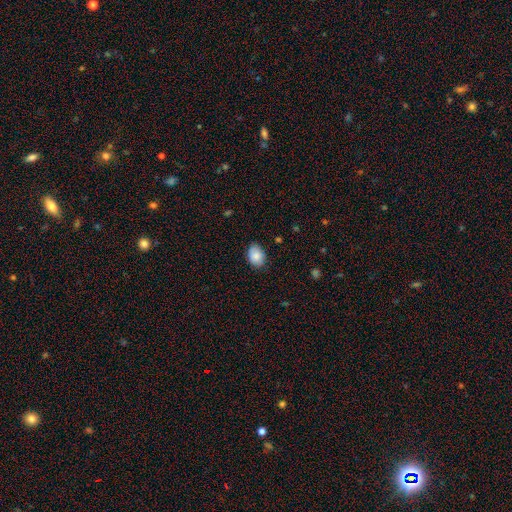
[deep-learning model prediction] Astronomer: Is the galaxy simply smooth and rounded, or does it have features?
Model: smooth — 84%.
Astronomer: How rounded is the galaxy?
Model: in between — 77%.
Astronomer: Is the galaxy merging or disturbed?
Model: none — 78%.